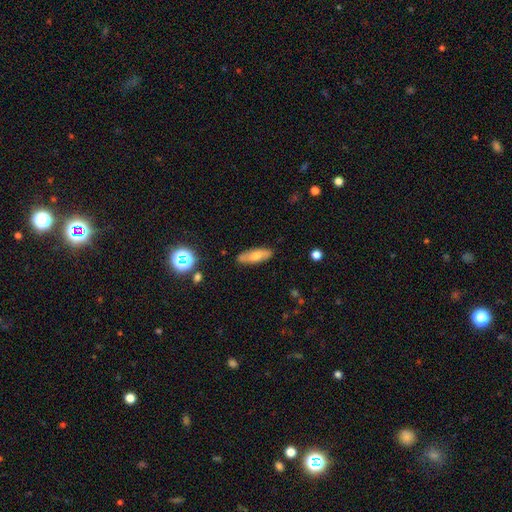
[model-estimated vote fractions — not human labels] Smooth or featured? Predicted: smooth (p=0.64). How rounded? Predicted: in between (p=0.53). Merging? Predicted: none (p=0.84).